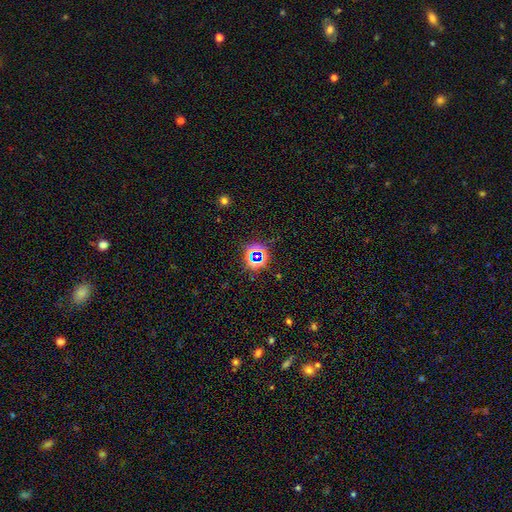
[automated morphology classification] smooth_or_featured: star or artifact (p=0.72) [alt: smooth p=0.19]